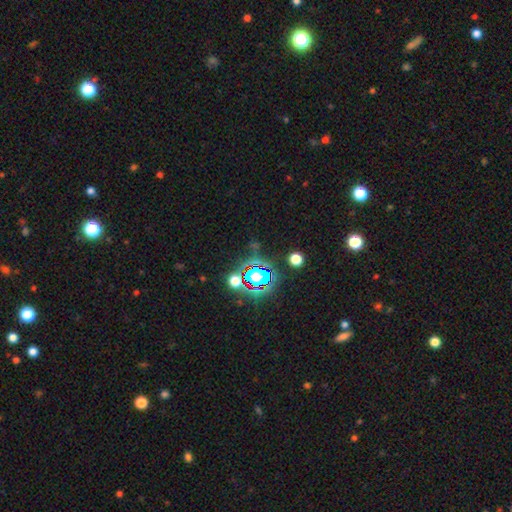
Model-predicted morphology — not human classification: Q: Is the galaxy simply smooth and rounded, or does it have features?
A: star or artifact — 79%.